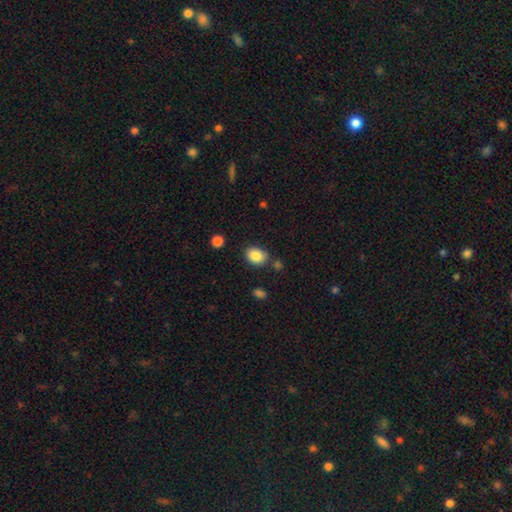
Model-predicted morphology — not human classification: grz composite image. It shows a smooth galaxy with no disk features (87%) that is in between round and cigar-shaped (61%). Merging: none (79%).